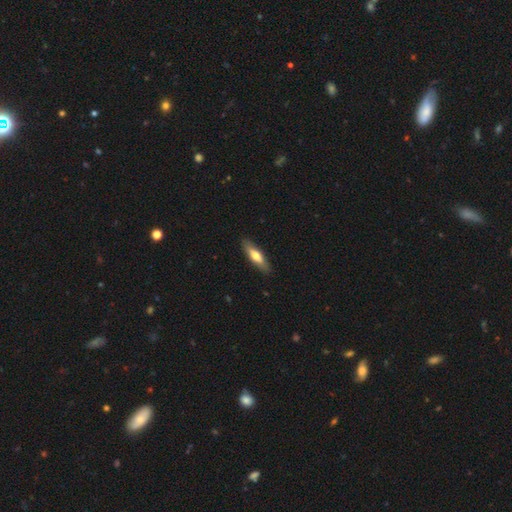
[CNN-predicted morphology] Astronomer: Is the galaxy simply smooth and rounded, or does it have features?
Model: smooth — 62%.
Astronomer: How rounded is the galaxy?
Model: cigar-shaped — 58% (runner-up: in between, 40%).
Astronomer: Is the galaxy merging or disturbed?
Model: none — 87%.